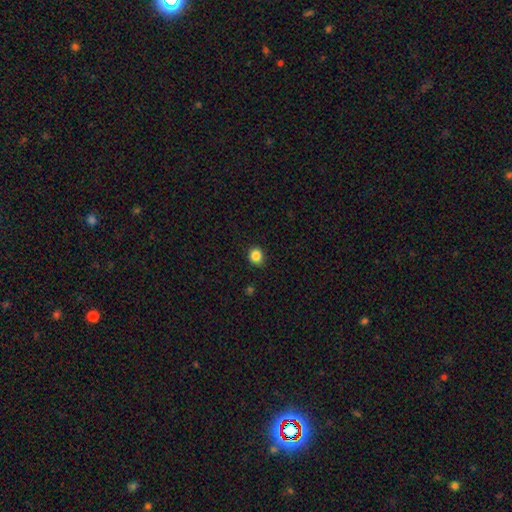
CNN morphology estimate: Smooth or featured?
  - smooth: 85% *
  - star or artifact: 11%
  - featured or disk: 4%
How rounded?
  - round: 80% *
  - in between: 19%
  - cigar-shaped: 1%
Merging?
  - none: 88% *
  - minor disturbance: 9%
  - major disturbance: 2%
  - merger: 1%